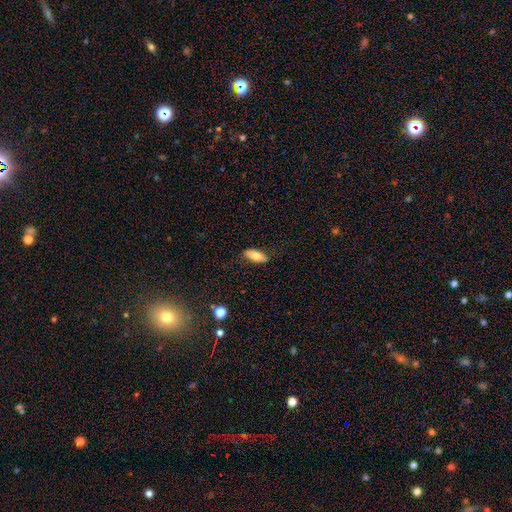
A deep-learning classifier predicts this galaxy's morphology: A smooth galaxy with no disk features (75%) that is in between round and cigar-shaped (74%). Merging: none (84%).